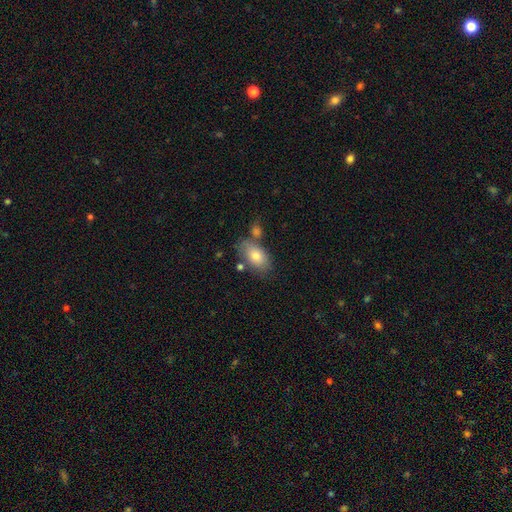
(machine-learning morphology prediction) Smooth or featured: smooth — 77% (featured or disk — 16%)
How rounded: in between — 91% (round — 7%)
Merging: none — 61% (minor disturbance — 17%)